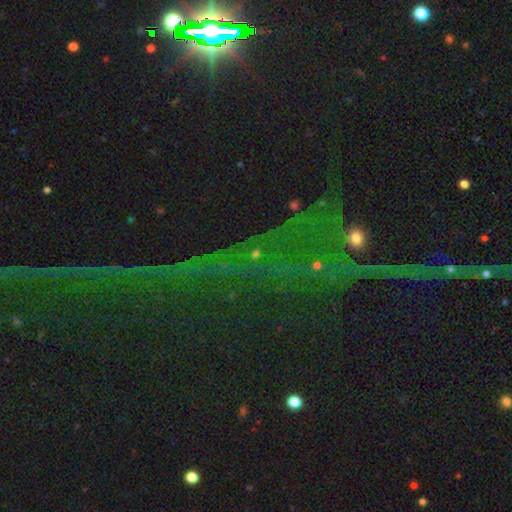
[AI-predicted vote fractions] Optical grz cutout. It shows a star or artifact, not a galaxy (84%).